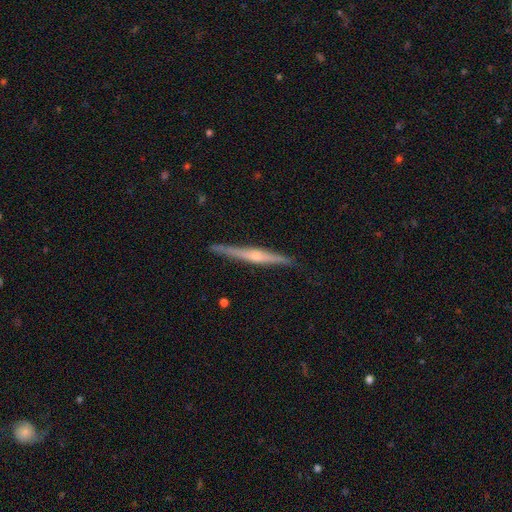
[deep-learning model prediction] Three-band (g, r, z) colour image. It shows a featured or disk galaxy (75%) viewed edge-on (98%) with a rounded central bulge (73%). Merging: none (87%).